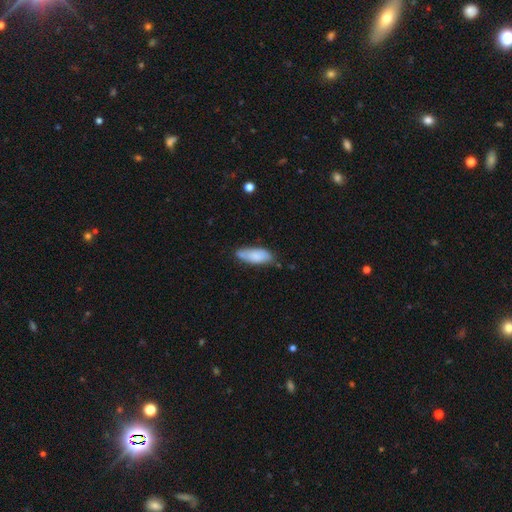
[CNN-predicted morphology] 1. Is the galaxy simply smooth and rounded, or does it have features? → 83% smooth, 12% featured or disk, 6% star or artifact.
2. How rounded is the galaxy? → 75% in between, 24% cigar-shaped, 2% round.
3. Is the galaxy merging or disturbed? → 67% none, 24% minor disturbance, 4% major disturbance, 4% merger.